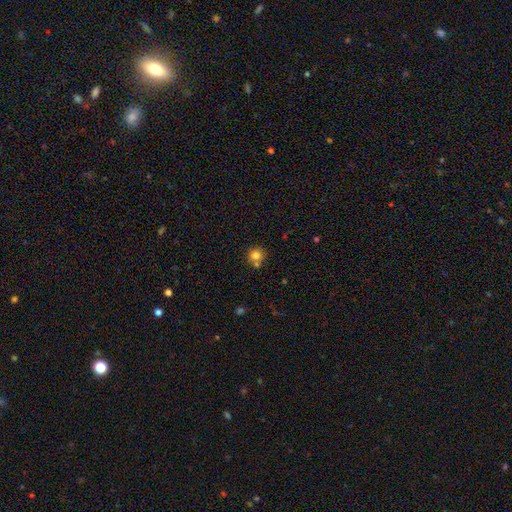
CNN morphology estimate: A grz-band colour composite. It shows a smooth galaxy with no disk features (79%) that is round (88%). Merging: none (65%).